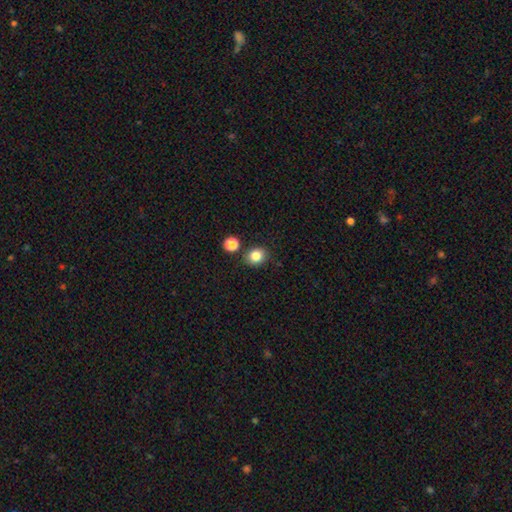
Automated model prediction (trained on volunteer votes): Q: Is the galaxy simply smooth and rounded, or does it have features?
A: smooth — 83%.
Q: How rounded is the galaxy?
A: round — 68%.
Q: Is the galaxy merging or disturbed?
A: none — 82%.